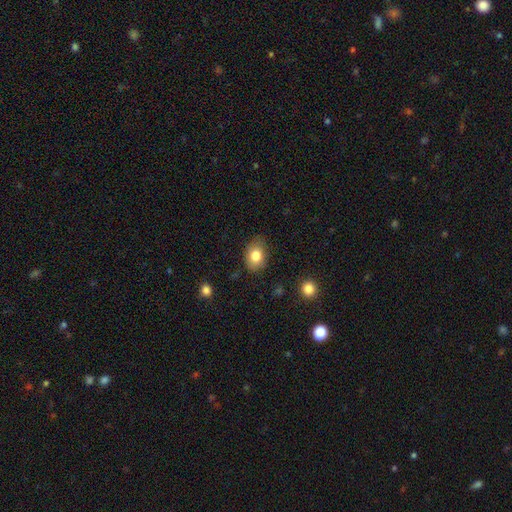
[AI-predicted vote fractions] This is clearly a smooth galaxy (81%). How rounded: likely in between (72%). Merging: likely none (77%).